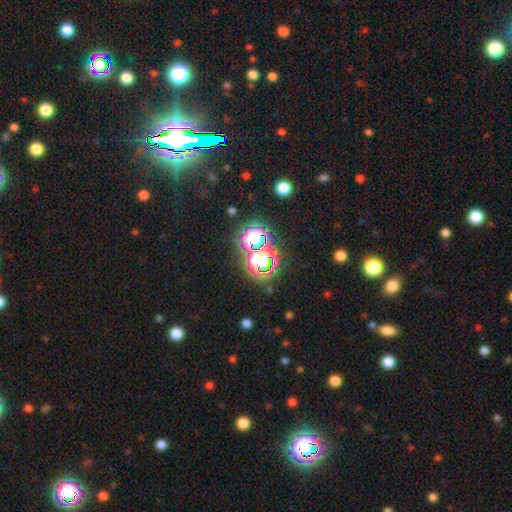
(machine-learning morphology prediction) A star or artifact, not a galaxy (74%).

Vote fractions:
- Smooth or featured? star or artifact: 74% / smooth: 18% / featured or disk: 8%